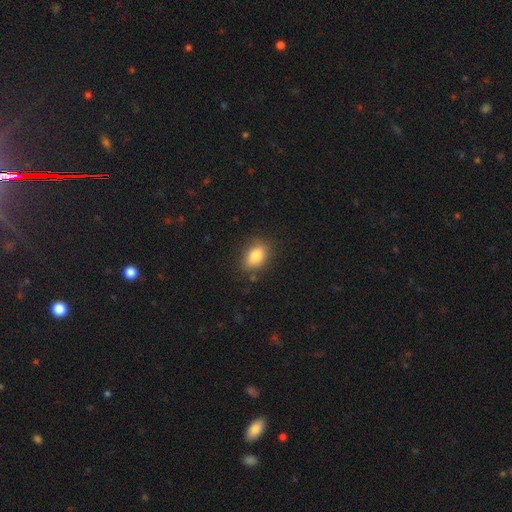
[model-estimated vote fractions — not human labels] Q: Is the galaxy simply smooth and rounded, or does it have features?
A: smooth — 84%.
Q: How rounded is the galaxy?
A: in between — 83%.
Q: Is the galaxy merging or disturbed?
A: none — 81%.